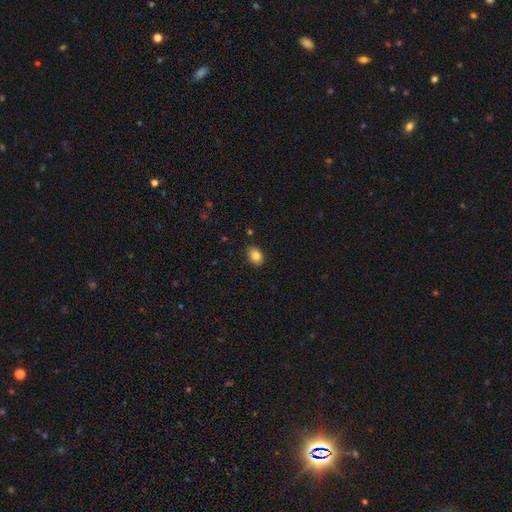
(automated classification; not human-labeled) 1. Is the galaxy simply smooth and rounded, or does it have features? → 83% smooth, 9% featured or disk, 8% star or artifact.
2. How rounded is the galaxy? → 79% in between, 20% round, 1% cigar-shaped.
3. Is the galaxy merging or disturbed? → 85% none, 12% minor disturbance, 2% major disturbance, 1% merger.